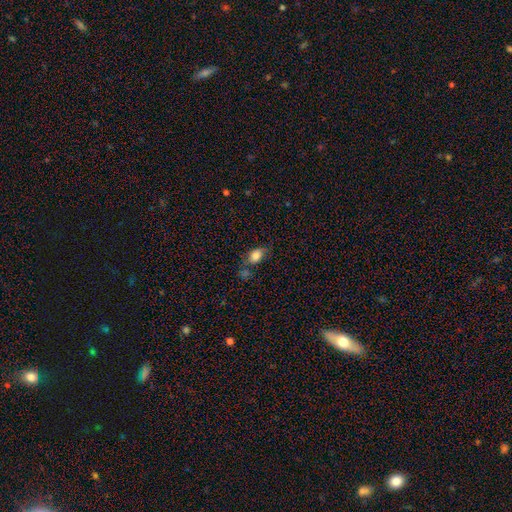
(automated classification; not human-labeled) A smooth galaxy with no disk features (80%) that is in between round and cigar-shaped (79%).

Vote fractions:
- Smooth or featured? smooth: 80% / featured or disk: 10% / star or artifact: 10%
- How rounded? in between: 79% / round: 19% / cigar-shaped: 2%
- Merging? none: 51% / minor disturbance: 23% / merger: 16% / major disturbance: 10%